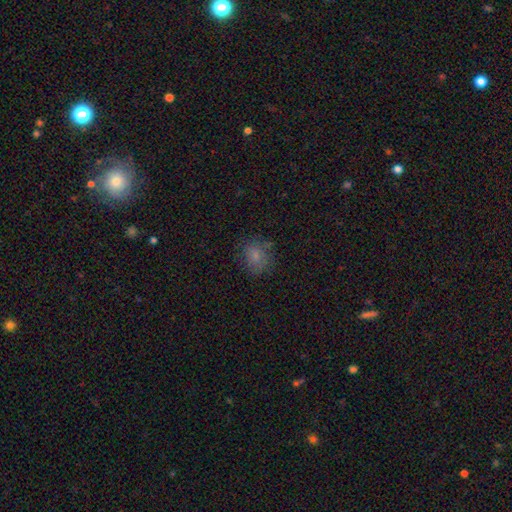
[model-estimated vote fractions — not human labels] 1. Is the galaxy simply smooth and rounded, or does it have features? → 79% smooth, 13% star or artifact, 9% featured or disk.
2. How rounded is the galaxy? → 57% round, 42% in between, 1% cigar-shaped.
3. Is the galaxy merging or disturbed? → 73% none, 18% minor disturbance, 6% major disturbance, 3% merger.